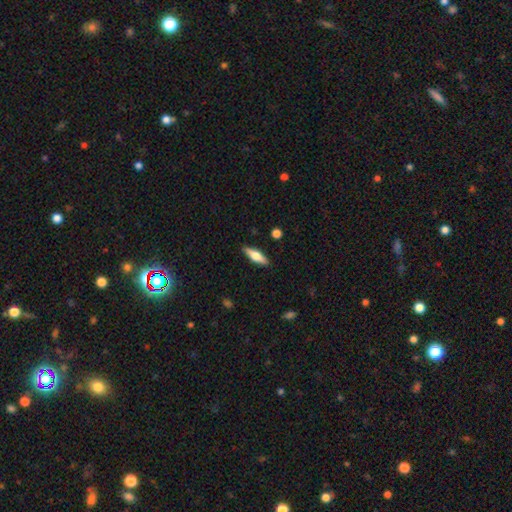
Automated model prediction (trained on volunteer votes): This is possibly a smooth galaxy (50%). How rounded: possibly cigar-shaped (57%). Merging: clearly none (89%).